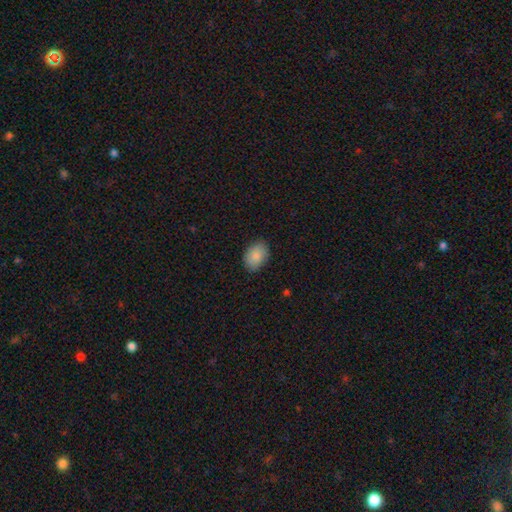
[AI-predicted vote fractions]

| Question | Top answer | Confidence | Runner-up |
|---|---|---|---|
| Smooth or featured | smooth | 88% | star or artifact (7%) |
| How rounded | in between | 85% | round (14%) |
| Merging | none | 84% | minor disturbance (12%) |